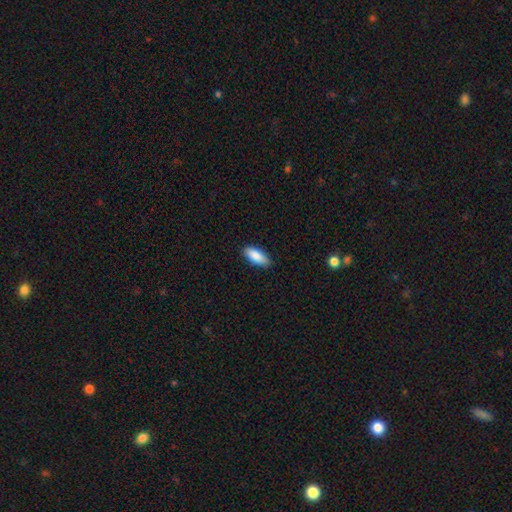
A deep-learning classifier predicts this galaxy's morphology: type=smooth (87%); roundness=in between (80%); merging=none (85%).